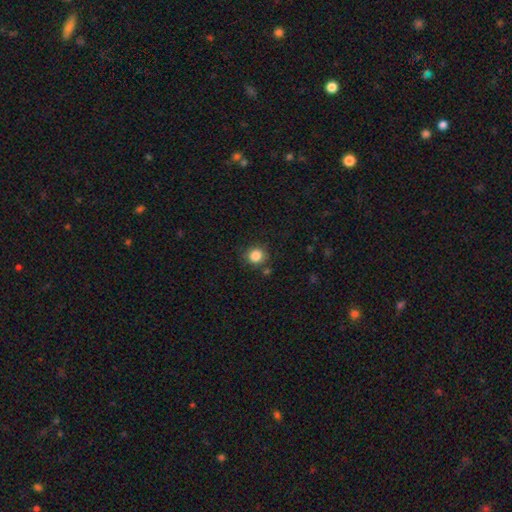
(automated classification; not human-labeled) Smooth or featured? smooth (85%)
How rounded? round (88%)
Merging? none (82%)